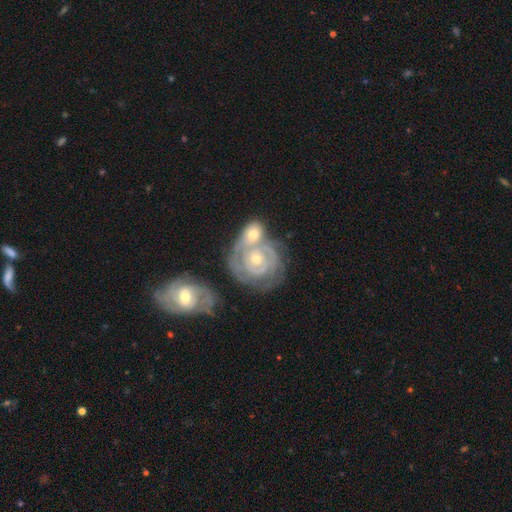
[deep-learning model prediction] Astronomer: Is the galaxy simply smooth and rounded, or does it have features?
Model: featured or disk — 78%.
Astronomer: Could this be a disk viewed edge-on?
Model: no — 97%.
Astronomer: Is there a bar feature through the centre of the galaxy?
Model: no — 74%.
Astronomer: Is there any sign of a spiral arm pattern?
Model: yes — 87%.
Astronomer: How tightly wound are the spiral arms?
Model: tight — 78%.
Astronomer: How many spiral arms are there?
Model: can't tell — 43% (runner-up: 2, 27%).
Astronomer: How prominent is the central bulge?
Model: small — 48% (runner-up: moderate, 47%).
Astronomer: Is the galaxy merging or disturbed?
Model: merger — 49% (runner-up: none, 34%).